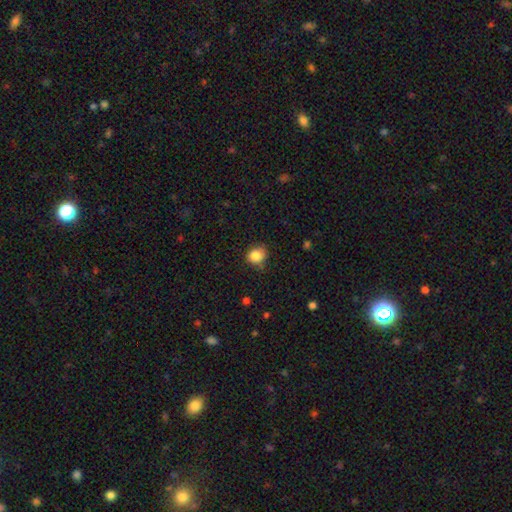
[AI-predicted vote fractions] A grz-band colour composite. It shows a smooth galaxy with no disk features (85%) that is round (77%). Merging: none (70%).